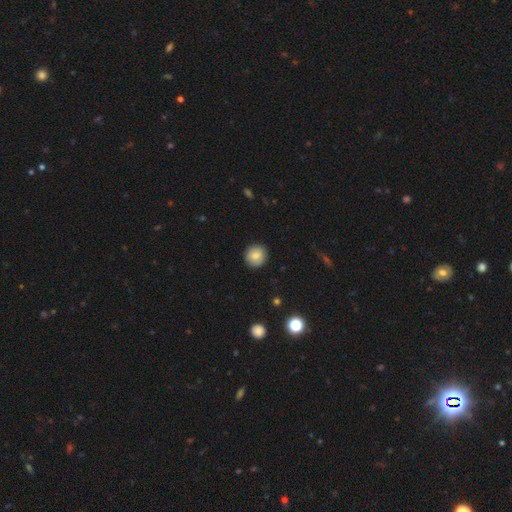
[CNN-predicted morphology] A smooth galaxy with no disk features (80%) that is round (93%). Merging: none (91%).